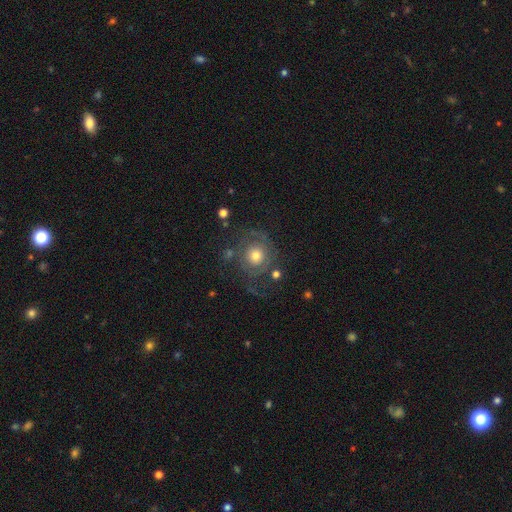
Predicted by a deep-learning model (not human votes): smooth_or_featured: featured or disk (p=0.59) [alt: smooth p=0.31]
disk_edge_on: no (p=0.97) [alt: yes p=0.03]
bar: no (p=0.86) [alt: weak p=0.11]
has_spiral_arms: yes (p=0.73) [alt: no p=0.27]
bulge_size: moderate (p=0.65) [alt: small p=0.18]
merging: none (p=0.62) [alt: major disturbance p=0.18]